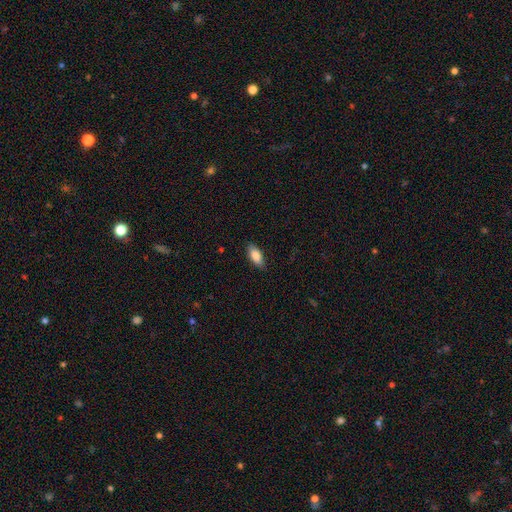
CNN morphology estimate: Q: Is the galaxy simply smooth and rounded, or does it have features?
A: smooth — 86%.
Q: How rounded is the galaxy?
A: in between — 86%.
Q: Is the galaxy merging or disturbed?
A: none — 86%.